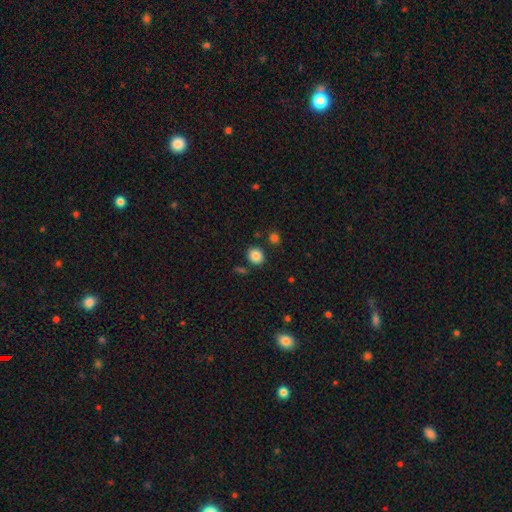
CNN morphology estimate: Smooth or featured?
  - smooth: 85% *
  - star or artifact: 10%
  - featured or disk: 5%
How rounded?
  - round: 76% *
  - in between: 23%
  - cigar-shaped: 1%
Merging?
  - none: 84% *
  - minor disturbance: 9%
  - merger: 5%
  - major disturbance: 3%